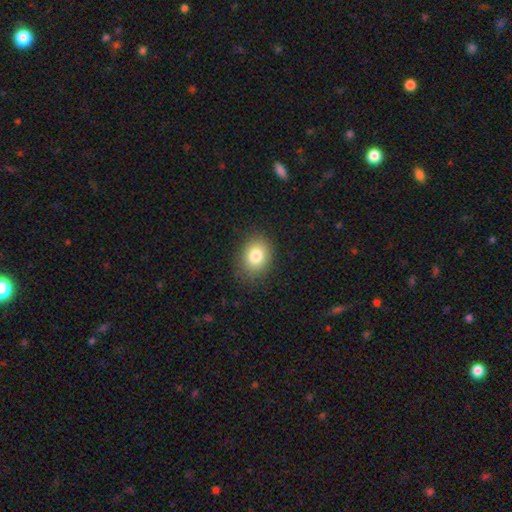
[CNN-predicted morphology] A smooth galaxy with no disk features (81%) that is in between round and cigar-shaped (52%). Merging: none (85%).